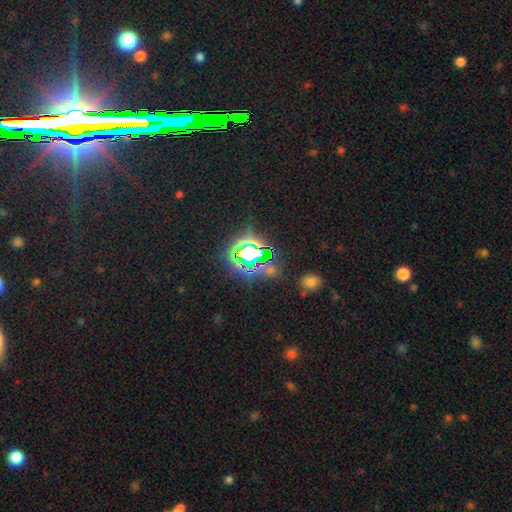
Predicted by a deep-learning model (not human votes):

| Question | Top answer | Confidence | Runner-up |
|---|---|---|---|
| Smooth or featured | star or artifact | 77% | smooth (15%) |